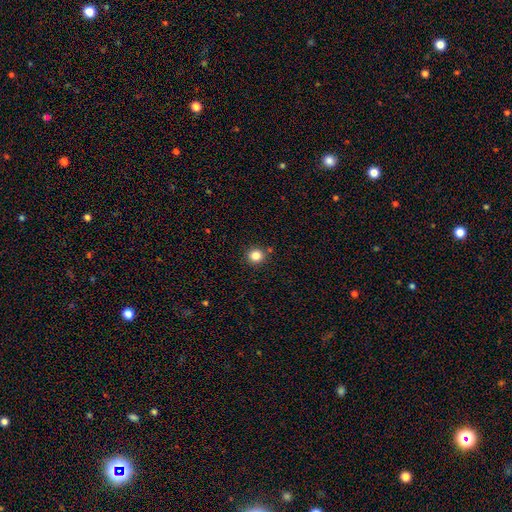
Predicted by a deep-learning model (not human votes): smooth-or-featured: smooth: 84% | star or artifact: 12% | featured or disk: 5%
  how-rounded: round: 92% | in between: 7% | cigar-shaped: 1%
  merging: none: 88% | minor disturbance: 6% | merger: 3% | major disturbance: 2%